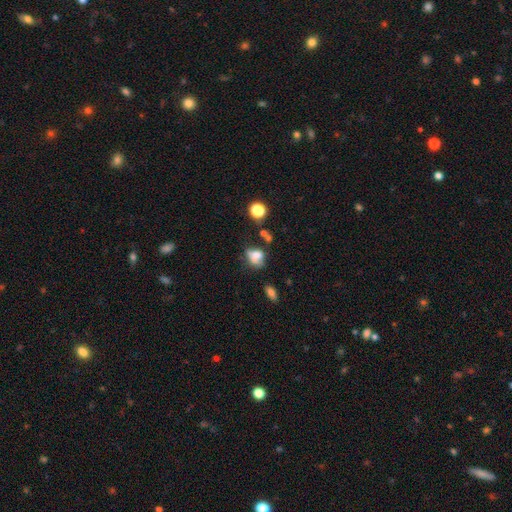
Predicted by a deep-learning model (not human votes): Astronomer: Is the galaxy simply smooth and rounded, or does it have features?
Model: smooth — 60%.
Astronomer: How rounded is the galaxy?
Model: in between — 62%.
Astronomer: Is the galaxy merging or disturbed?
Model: none — 33% (runner-up: merger, 24%).